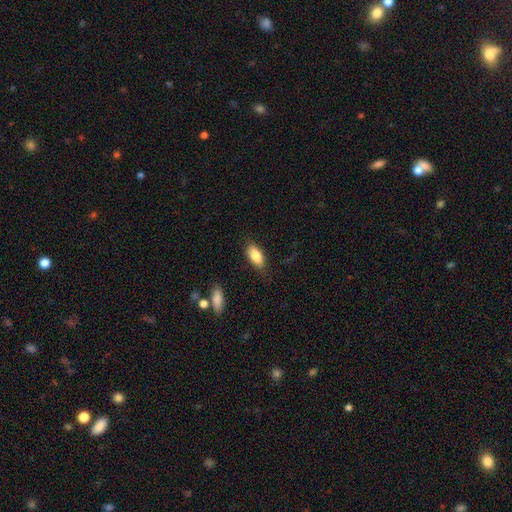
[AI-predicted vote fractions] A smooth galaxy with no disk features (84%) that is in between round and cigar-shaped (85%). Merging: none (82%).